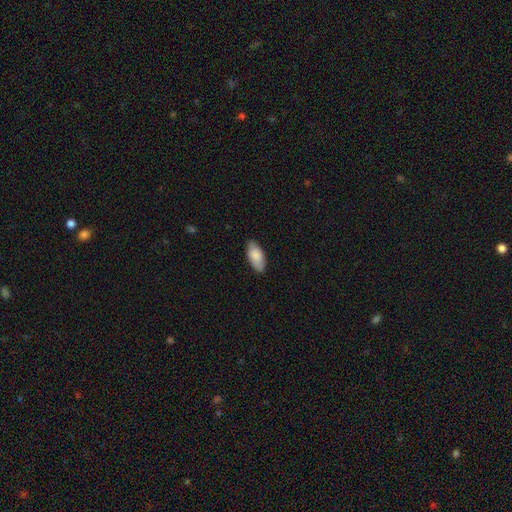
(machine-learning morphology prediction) Overall: smooth (85%). How rounded: in between (91%). Merging: none (85%).